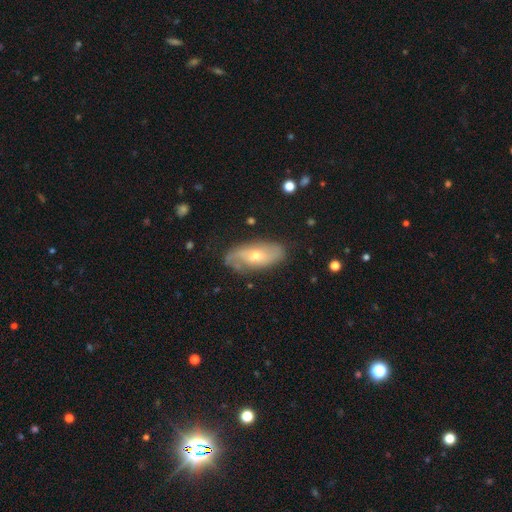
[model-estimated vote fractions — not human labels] Smooth or featured? featured or disk (59%)
Edge-on disk? no (83%)
Merging? none (73%)